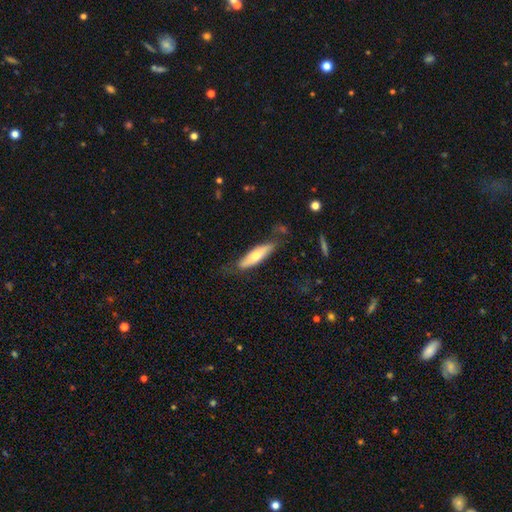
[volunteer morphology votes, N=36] type=smooth (58%); roundness=cigar-shaped (52%); merging=none (57%).